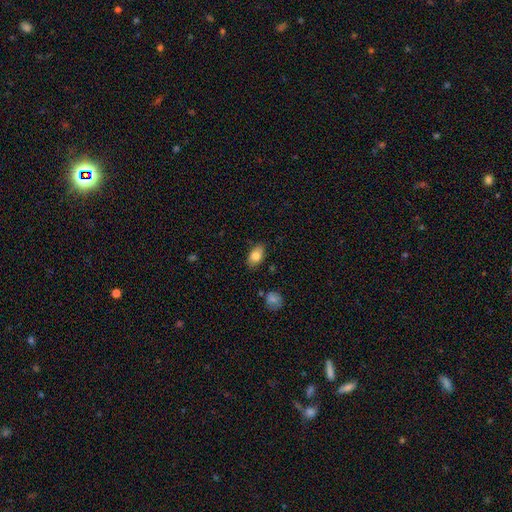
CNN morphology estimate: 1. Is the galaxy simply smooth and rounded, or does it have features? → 82% smooth, 11% featured or disk, 8% star or artifact.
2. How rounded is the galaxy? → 89% in between, 9% round, 2% cigar-shaped.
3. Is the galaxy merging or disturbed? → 81% none, 15% minor disturbance, 3% major disturbance, 2% merger.